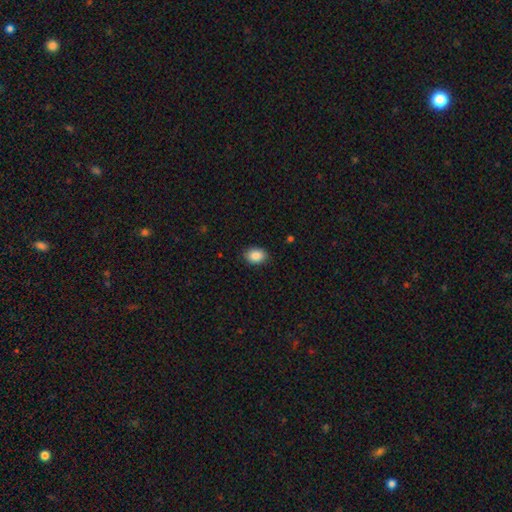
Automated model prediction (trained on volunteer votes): This appears to be a smooth galaxy with no disk features (89%) that is in between round and cigar-shaped (76%). Merging: none (86%).